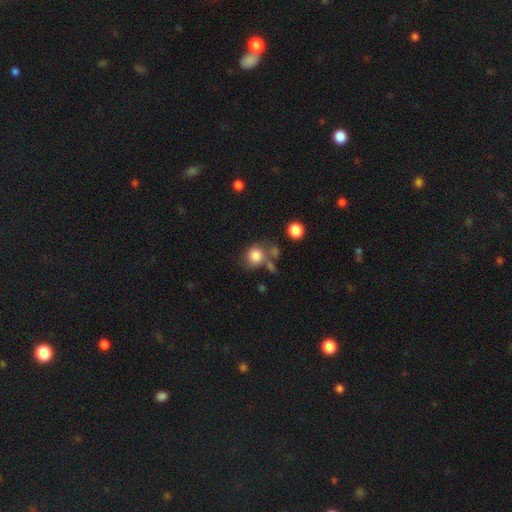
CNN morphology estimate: smooth 82%, star or artifact 10%, featured or disk 8%. Down the decision tree: how rounded — round (77%); merging — none (52%).